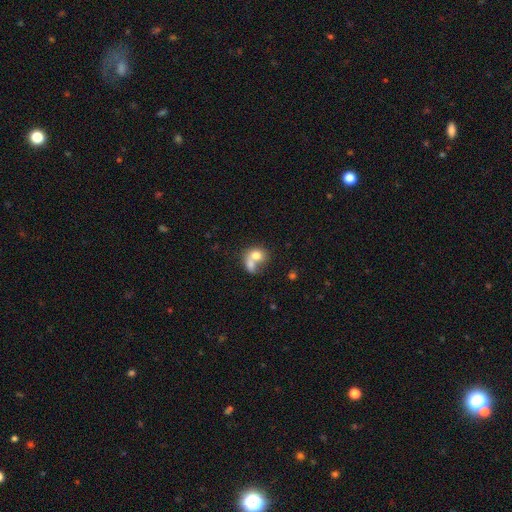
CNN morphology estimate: The model was most divided on "how rounded": round: 54%, in between: 45%, cigar-shaped: 1%. More confident: smooth or featured — smooth (72%); merging — merger (67%).